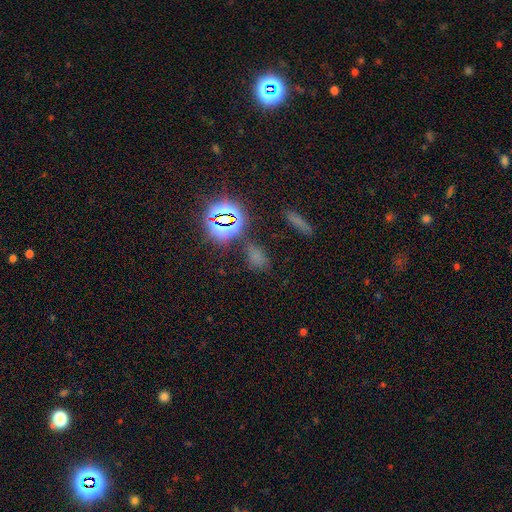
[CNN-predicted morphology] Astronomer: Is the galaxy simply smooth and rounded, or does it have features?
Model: smooth — 52% (runner-up: star or artifact, 40%).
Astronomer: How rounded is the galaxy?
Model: in between — 74%.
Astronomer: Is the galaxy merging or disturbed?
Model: none — 68%.